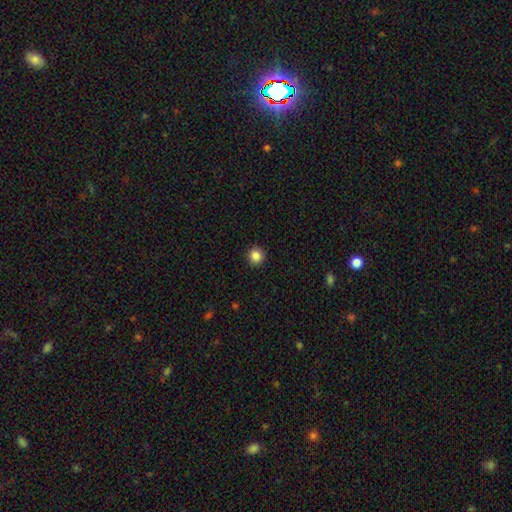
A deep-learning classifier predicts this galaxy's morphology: smooth-or-featured: smooth: 86% | star or artifact: 10% | featured or disk: 4%
  how-rounded: round: 92% | in between: 7% | cigar-shaped: 1%
  merging: none: 92% | minor disturbance: 5% | major disturbance: 2% | merger: 1%